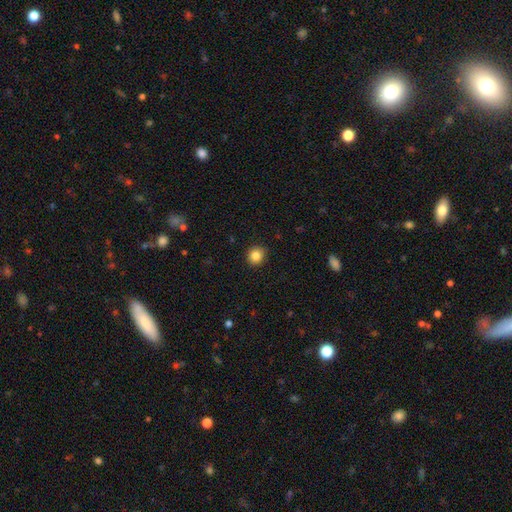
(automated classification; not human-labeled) Smooth or featured? smooth (85%)
How rounded? round (88%)
Merging? none (89%)